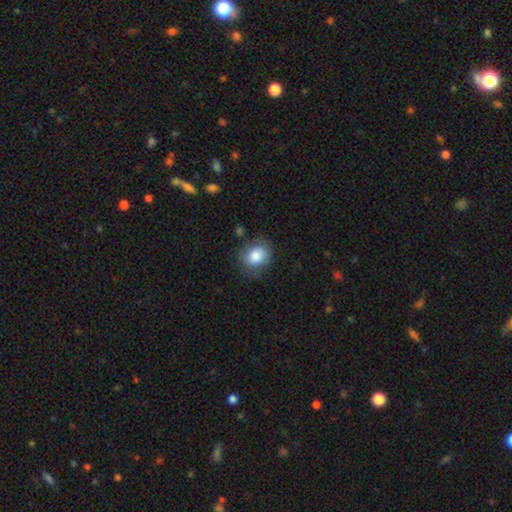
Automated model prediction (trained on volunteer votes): smooth_or_featured: smooth (p=0.84) [alt: star or artifact p=0.08]
how_rounded: in between (p=0.58) [alt: round p=0.41]
merging: none (p=0.74) [alt: minor disturbance p=0.18]